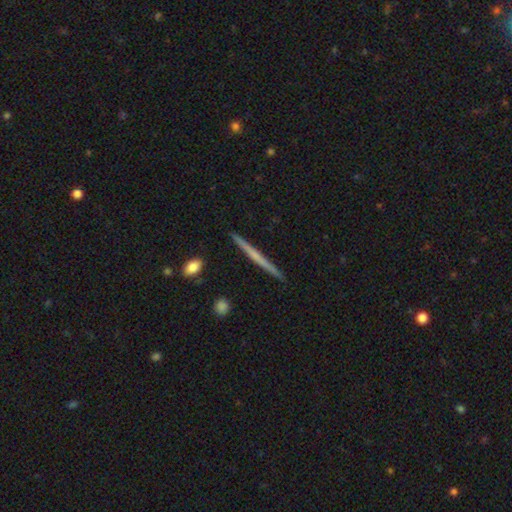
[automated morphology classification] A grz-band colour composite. It shows a featured or disk galaxy (58%) viewed edge-on (98%) with no central bulge (70%). Merging: none (92%).